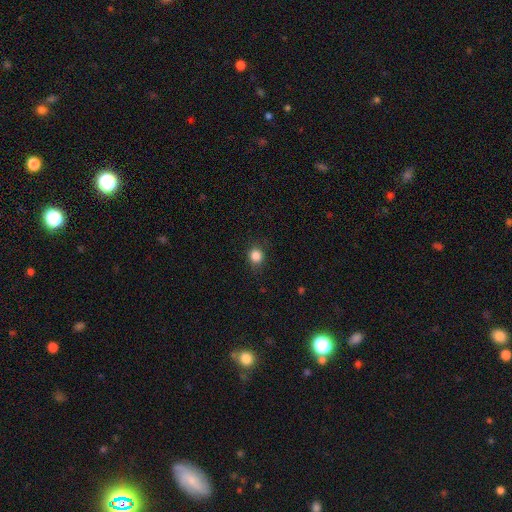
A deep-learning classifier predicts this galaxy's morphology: This is clearly a smooth galaxy (84%). How rounded: clearly round (82%). Merging: clearly none (83%).